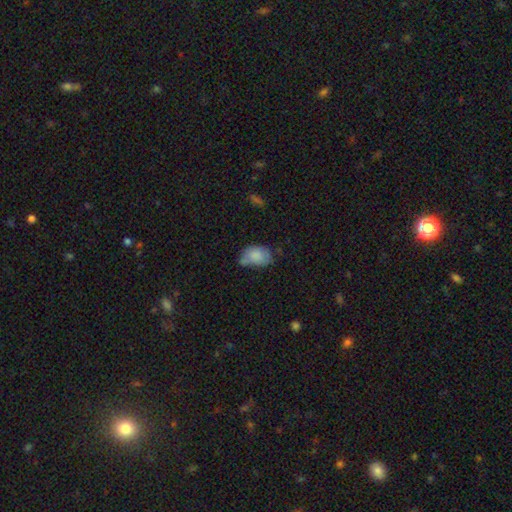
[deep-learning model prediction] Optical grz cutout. It shows a smooth galaxy with no disk features (79%) that is in between round and cigar-shaped (82%). Merging: none (38%).